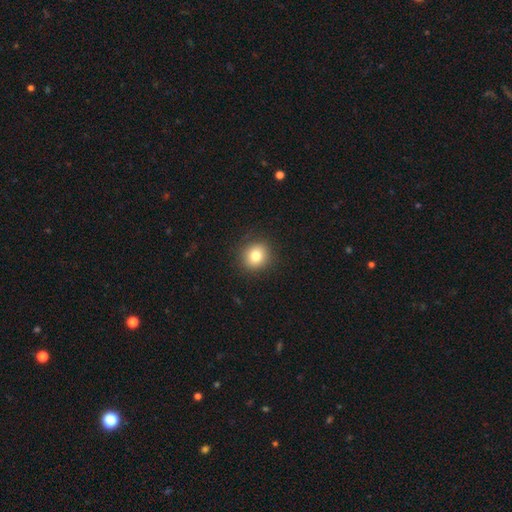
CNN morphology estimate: smooth_or_featured: smooth (p=0.82) [alt: star or artifact p=0.11]
how_rounded: round (p=0.85) [alt: in between p=0.14]
merging: none (p=0.89) [alt: minor disturbance p=0.07]